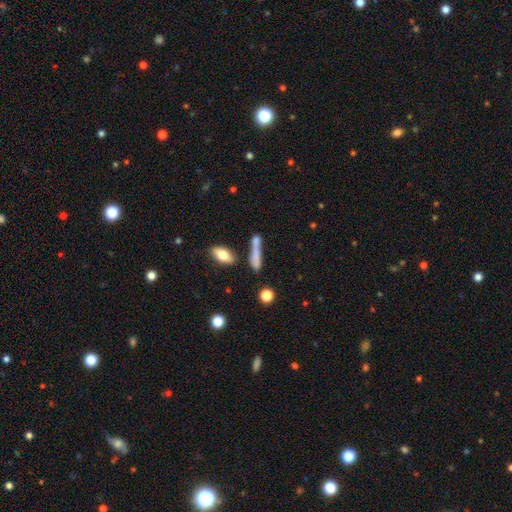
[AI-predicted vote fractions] Morphology: type=smooth (69%); roundness=cigar-shaped (69%); merging=none (43%).